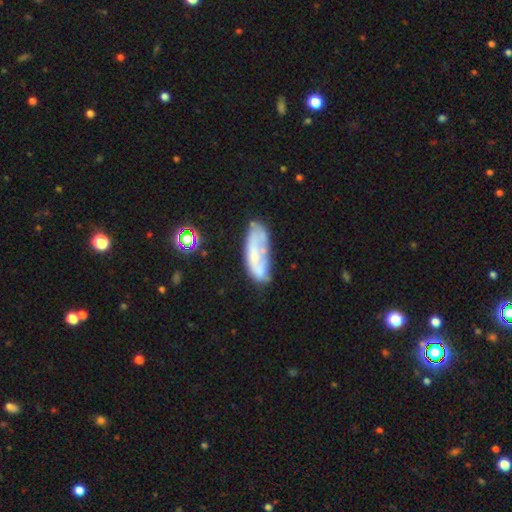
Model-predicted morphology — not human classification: The model was most divided on "smooth or featured": smooth: 46%, featured or disk: 44%, star or artifact: 10%. Remaining: merging — none (49%).